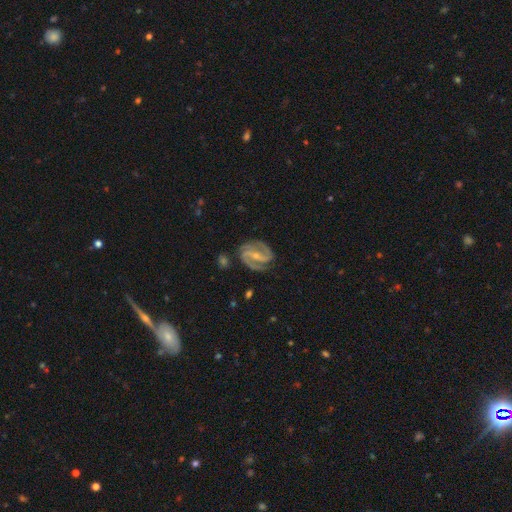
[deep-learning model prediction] Smooth or featured? featured or disk (92%)
Edge-on disk? no (97%)
Bar? strong (55%)
Spiral arms? yes (98%)
Spiral winding? medium (53%)
Spiral arm count? 2 (84%)
Bulge size? small (65%)
Merging? none (78%)